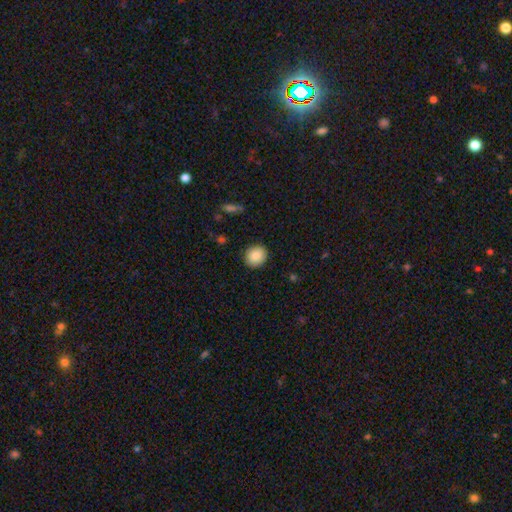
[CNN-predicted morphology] This is clearly a smooth galaxy (88%). How rounded: likely round (77%). Merging: clearly none (89%).